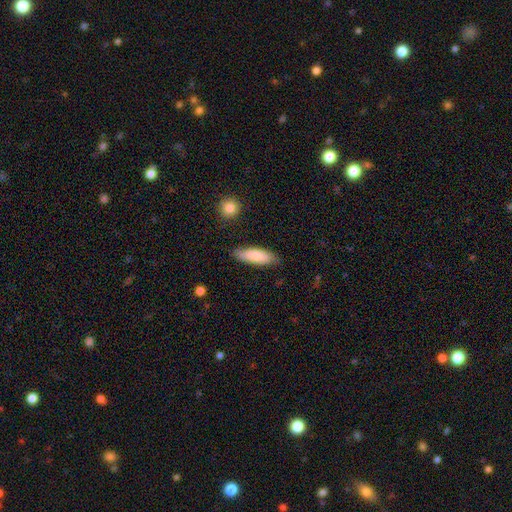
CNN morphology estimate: This appears to be a smooth galaxy with no disk features (82%) that is in between round and cigar-shaped (52%). Merging: none (81%).